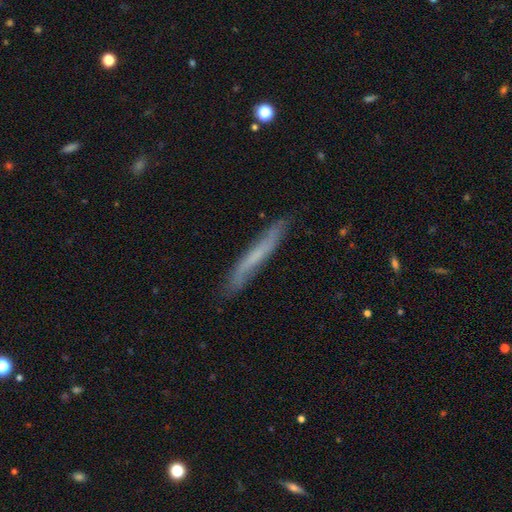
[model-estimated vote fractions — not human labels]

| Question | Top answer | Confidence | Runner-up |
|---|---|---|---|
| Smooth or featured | featured or disk | 49% | smooth (43%) |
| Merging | none | 81% | minor disturbance (14%) |